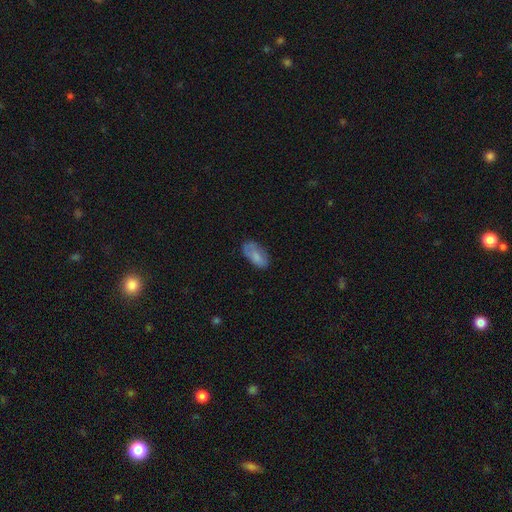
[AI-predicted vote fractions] smooth-or-featured: smooth: 79% | featured or disk: 14% | star or artifact: 7%
  how-rounded: in between: 93% | cigar-shaped: 4% | round: 3%
  merging: none: 66% | minor disturbance: 25% | major disturbance: 7% | merger: 2%